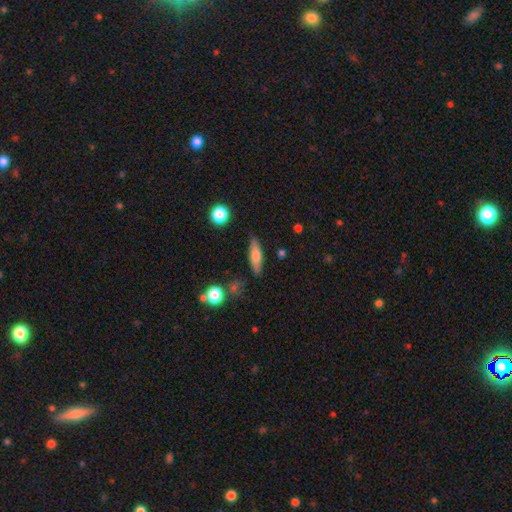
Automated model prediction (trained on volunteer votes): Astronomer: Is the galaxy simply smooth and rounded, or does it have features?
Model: smooth — 65%.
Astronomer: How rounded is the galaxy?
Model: cigar-shaped — 59% (runner-up: in between, 38%).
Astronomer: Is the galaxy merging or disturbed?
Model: none — 83%.